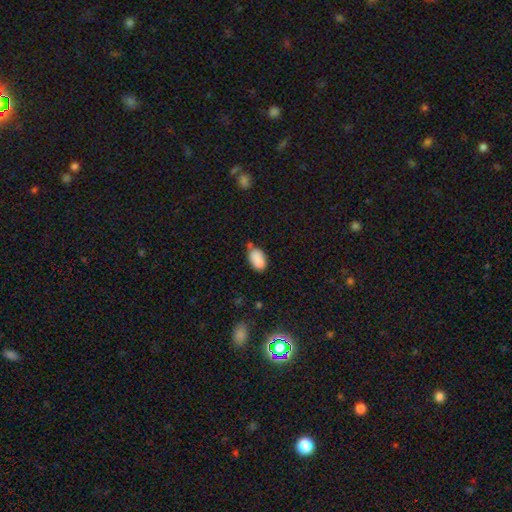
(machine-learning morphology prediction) Smooth or featured? Predicted: smooth (p=0.84). How rounded? Predicted: in between (p=0.91). Merging? Predicted: none (p=0.58).